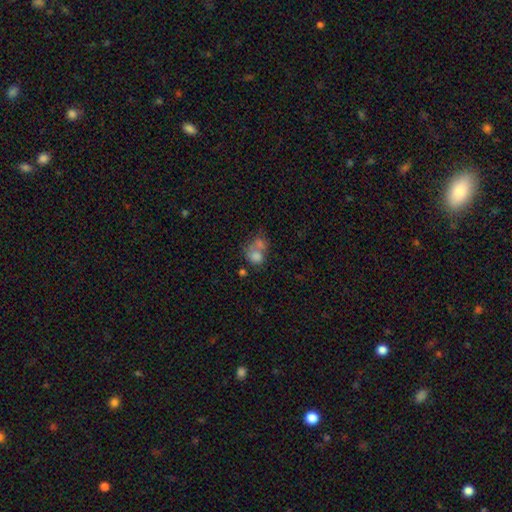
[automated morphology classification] A smooth galaxy with no disk features (72%) that is round (57%). Merging: merger (59%).